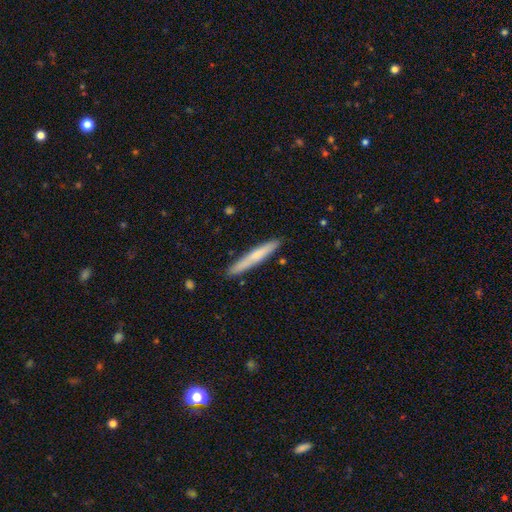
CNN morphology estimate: Smooth or featured: smooth — 63% (featured or disk — 31%)
How rounded: cigar-shaped — 95% (in between — 4%)
Merging: none — 89% (minor disturbance — 8%)